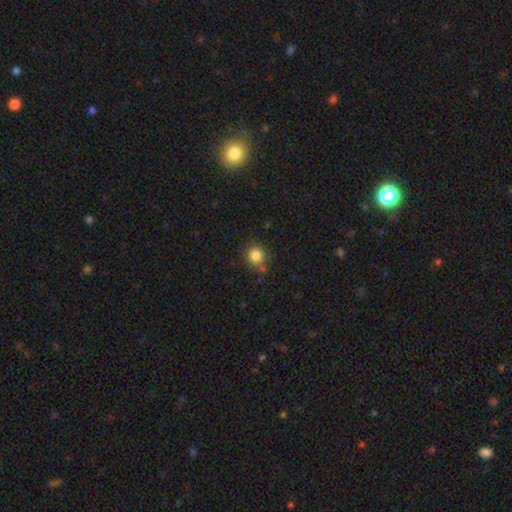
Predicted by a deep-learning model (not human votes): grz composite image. It shows a smooth galaxy with no disk features (84%) that is round (89%). Merging: none (78%).